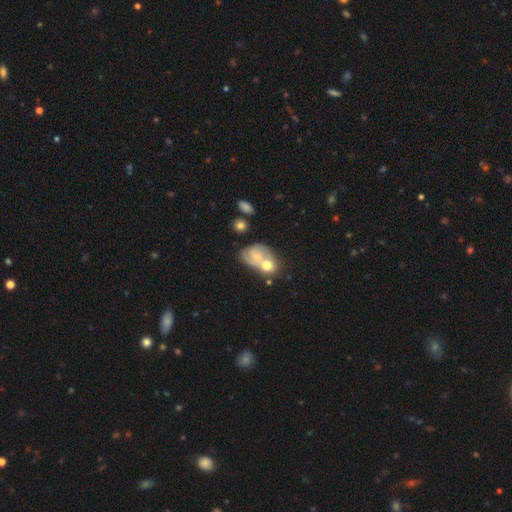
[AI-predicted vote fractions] Smooth or featured? Predicted: featured or disk (p=0.48). Merging? Predicted: merger (p=0.59).